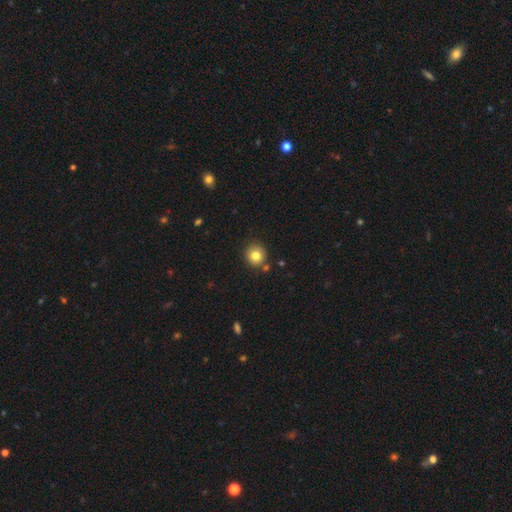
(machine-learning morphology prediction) type=smooth (81%); roundness=round (91%); merging=none (83%).